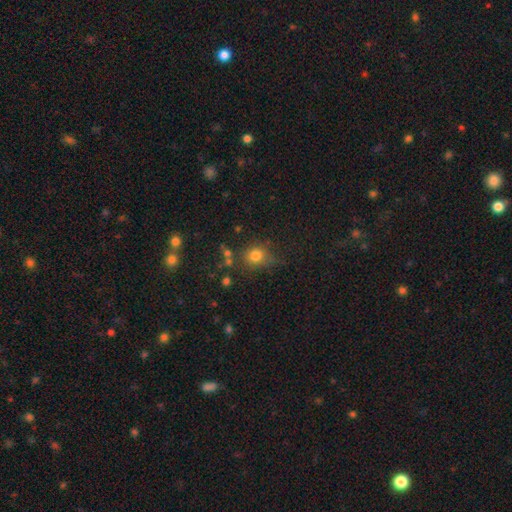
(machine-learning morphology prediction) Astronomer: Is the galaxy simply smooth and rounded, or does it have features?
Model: smooth — 77%.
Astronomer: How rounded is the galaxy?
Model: round — 77%.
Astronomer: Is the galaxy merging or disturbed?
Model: none — 68%.